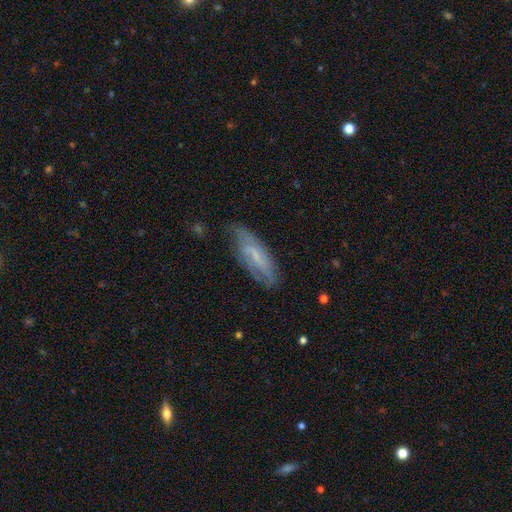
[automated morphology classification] This appears to be a featured or disk galaxy (56%). Merging: none (64%).